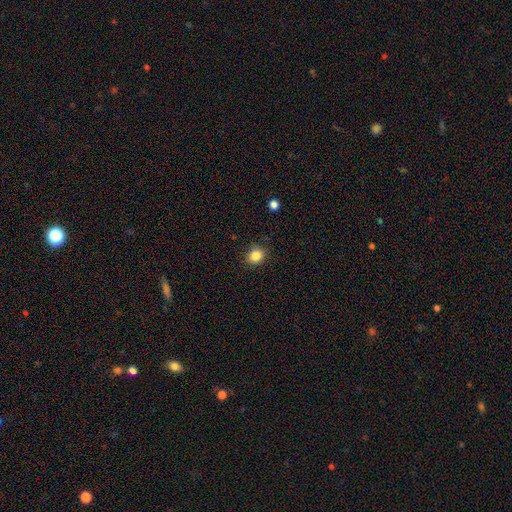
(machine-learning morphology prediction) This is clearly a smooth galaxy (85%). How rounded: likely round (78%). Merging: clearly none (85%).